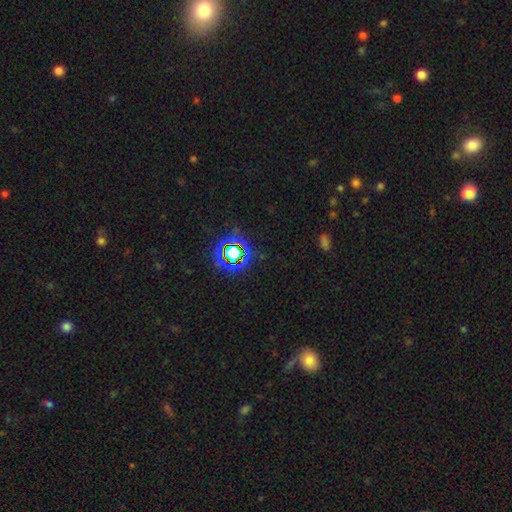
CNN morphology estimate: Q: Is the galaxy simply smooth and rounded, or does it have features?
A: star or artifact — 65%.